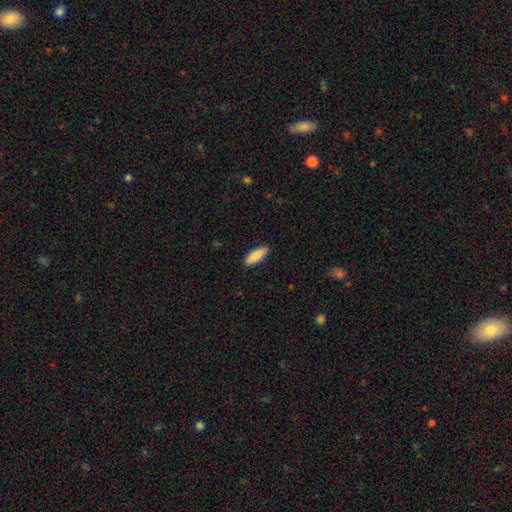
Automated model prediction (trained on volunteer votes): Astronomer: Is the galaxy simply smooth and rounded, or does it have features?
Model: smooth — 87%.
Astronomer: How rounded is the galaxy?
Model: in between — 69%.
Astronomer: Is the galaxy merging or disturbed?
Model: none — 90%.